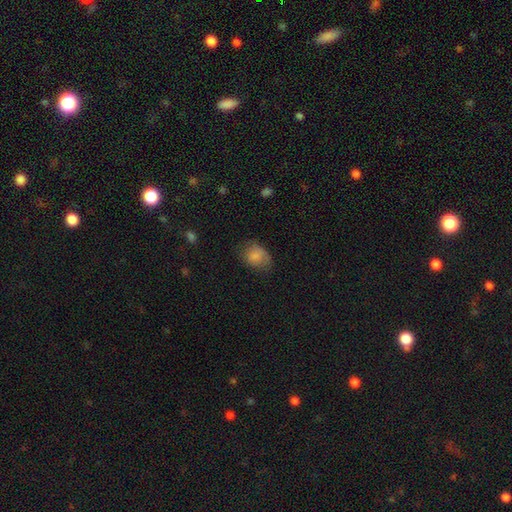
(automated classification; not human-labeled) Q: Smooth or featured?
A: smooth (78%); runner-up: featured or disk (13%)
Q: How rounded?
A: in between (56%); runner-up: round (43%)
Q: Merging?
A: none (51%); runner-up: minor disturbance (32%)